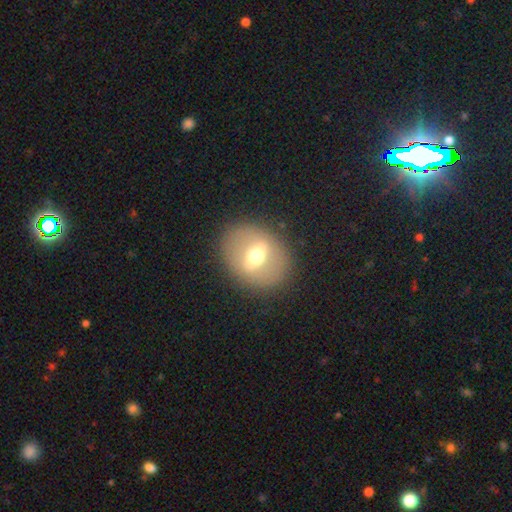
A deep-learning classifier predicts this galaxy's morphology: smooth-or-featured: featured or disk: 58% | smooth: 33% | star or artifact: 9%
  disk-edge-on: no: 72% | yes: 28%
  merging: none: 87% | minor disturbance: 8% | major disturbance: 4% | merger: 1%